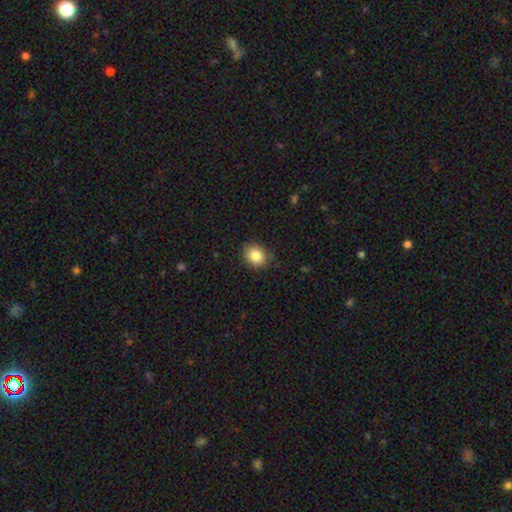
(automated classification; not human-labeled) This is clearly a smooth galaxy (85%). How rounded: likely round (60%). Merging: clearly none (84%).